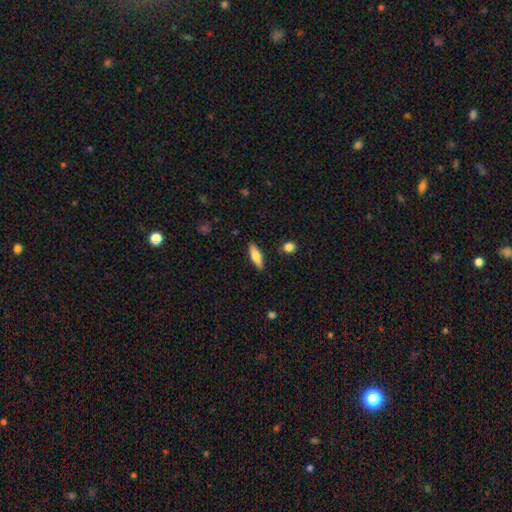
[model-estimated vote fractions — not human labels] smooth_or_featured: smooth (p=0.72) [alt: featured or disk p=0.22]
how_rounded: cigar-shaped (p=0.53) [alt: in between p=0.44]
merging: none (p=0.87) [alt: minor disturbance p=0.09]